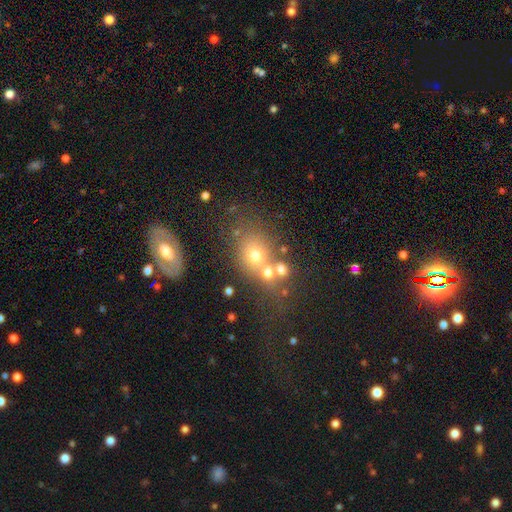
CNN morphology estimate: type=smooth (61%); roundness=round (56%); merging=none (41%).